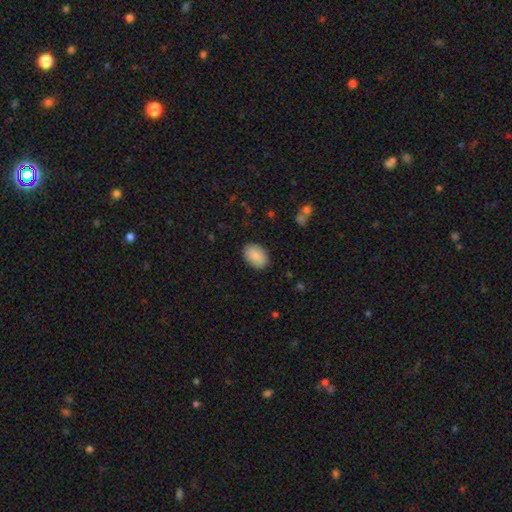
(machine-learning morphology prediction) smooth_or_featured: smooth (p=0.89) [alt: star or artifact p=0.06]
how_rounded: in between (p=0.87) [alt: round p=0.12]
merging: none (p=0.86) [alt: minor disturbance p=0.10]